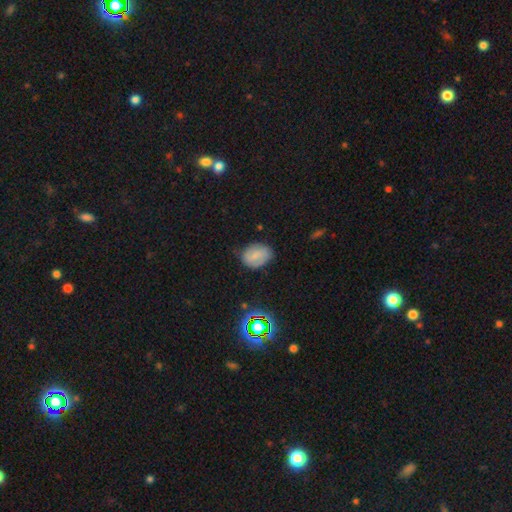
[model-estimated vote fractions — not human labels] Smooth or featured? Predicted: smooth (p=0.59). How rounded? Predicted: in between (p=0.70). Merging? Predicted: none (p=0.69).